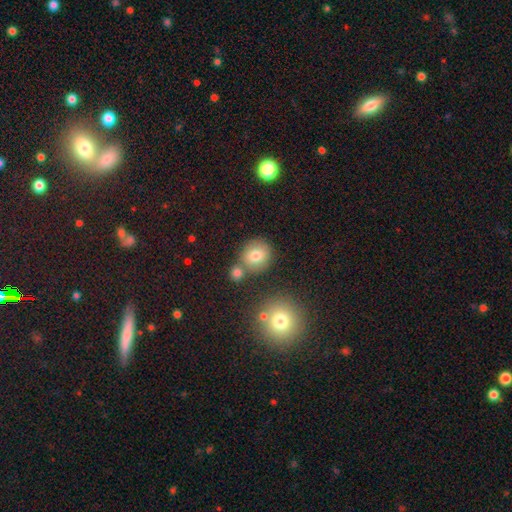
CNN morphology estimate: This is likely a smooth galaxy (78%). How rounded: clearly round (82%). Merging: likely none (68%).